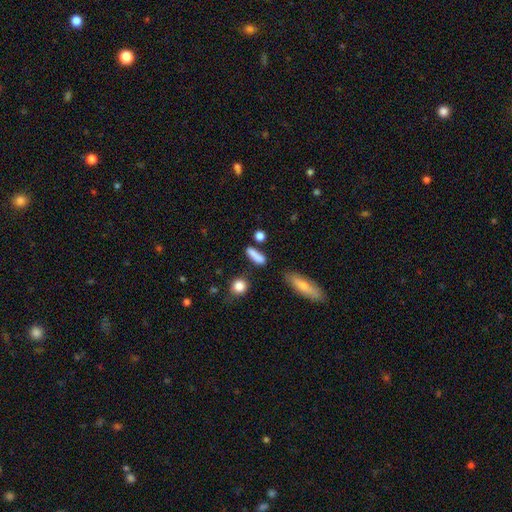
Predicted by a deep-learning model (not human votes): Overall: smooth (80%). How rounded: cigar-shaped (55%; in between 37%). Merging: none (67%).